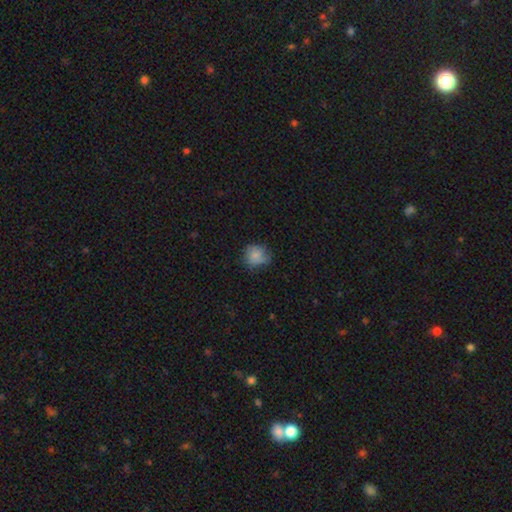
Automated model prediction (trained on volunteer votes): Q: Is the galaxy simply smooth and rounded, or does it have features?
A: smooth — 78%.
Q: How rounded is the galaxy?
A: round — 78%.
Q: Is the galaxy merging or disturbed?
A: none — 63%.